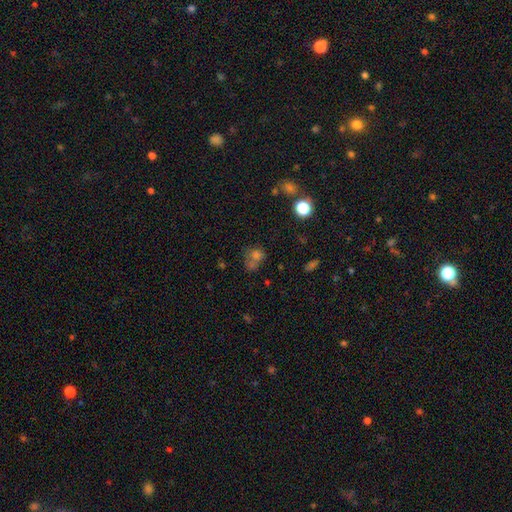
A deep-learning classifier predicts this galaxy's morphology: Q: Smooth or featured?
A: smooth (55%); runner-up: star or artifact (29%)
Q: How rounded?
A: round (65%); runner-up: in between (33%)
Q: Merging?
A: none (41%); runner-up: merger (30%)